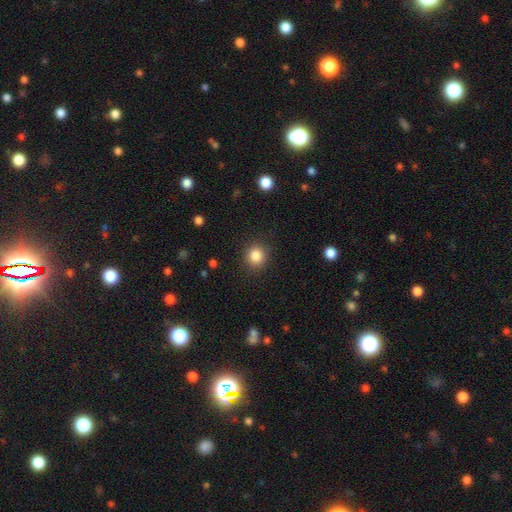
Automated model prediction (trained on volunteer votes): This appears to be a smooth galaxy with no disk features (85%) that is round (88%). Merging: none (90%).